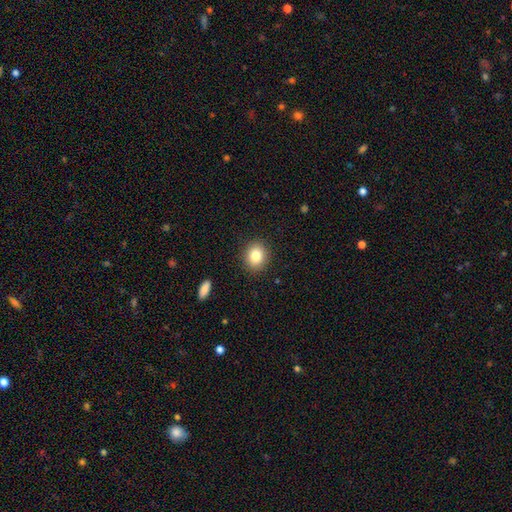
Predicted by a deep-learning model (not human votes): Smooth or featured?
  - smooth: 83% *
  - star or artifact: 9%
  - featured or disk: 7%
How rounded?
  - round: 68% *
  - in between: 31%
  - cigar-shaped: 1%
Merging?
  - none: 90% *
  - minor disturbance: 7%
  - major disturbance: 2%
  - merger: 1%